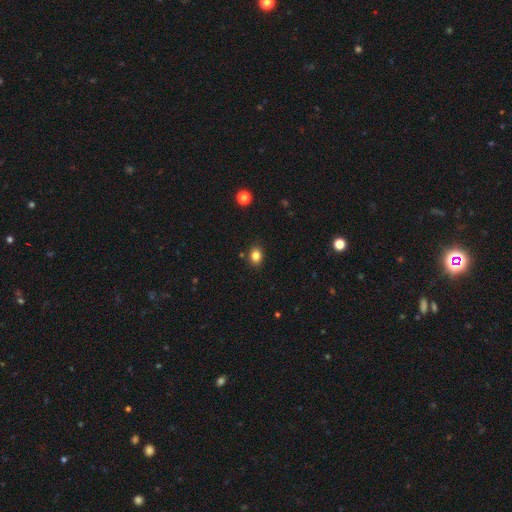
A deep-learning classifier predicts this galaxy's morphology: This appears to be a smooth galaxy with no disk features (83%) that is in between round and cigar-shaped (56%). Merging: none (86%).